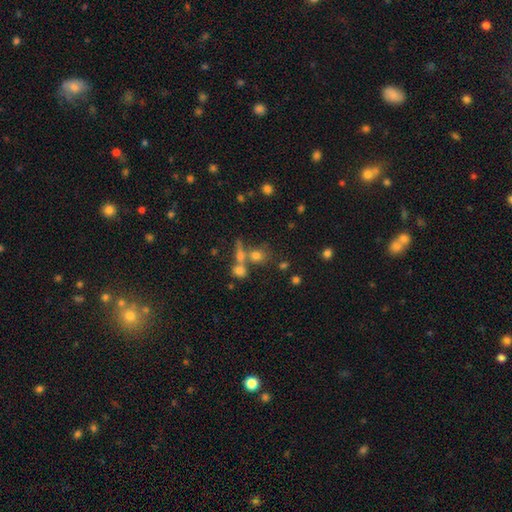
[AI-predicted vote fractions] Smooth or featured?
  - smooth: 62% *
  - star or artifact: 22%
  - featured or disk: 16%
How rounded?
  - round: 75% *
  - in between: 21%
  - cigar-shaped: 4%
Merging?
  - none: 49% *
  - merger: 36%
  - minor disturbance: 9%
  - major disturbance: 6%